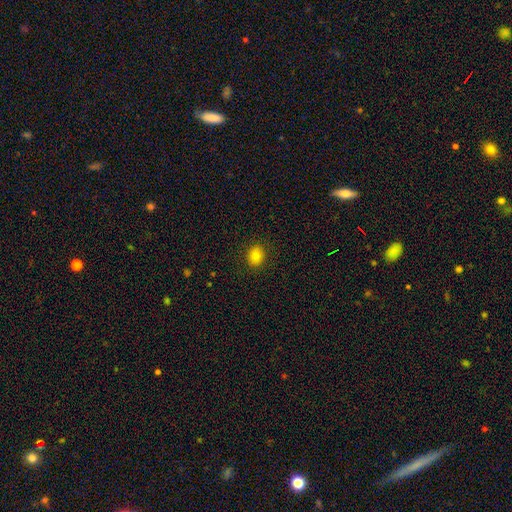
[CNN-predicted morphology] smooth 82%, star or artifact 11%, featured or disk 7%. Down the decision tree: how rounded — round (53%); merging — none (90%).